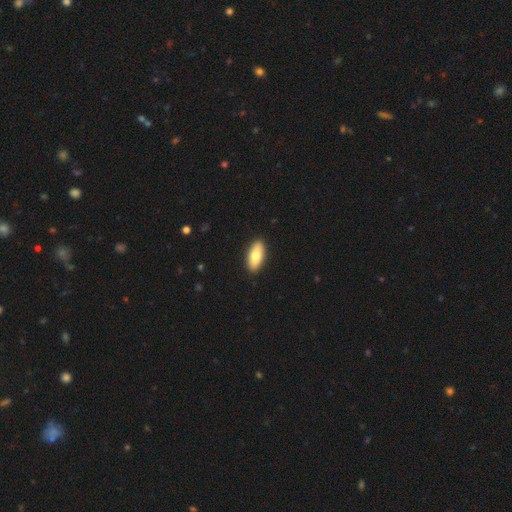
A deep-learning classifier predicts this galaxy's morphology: The model was most divided on "smooth or featured": smooth: 77%, featured or disk: 17%, star or artifact: 5%. More confident: merging — none (91%); how rounded — in between (86%).